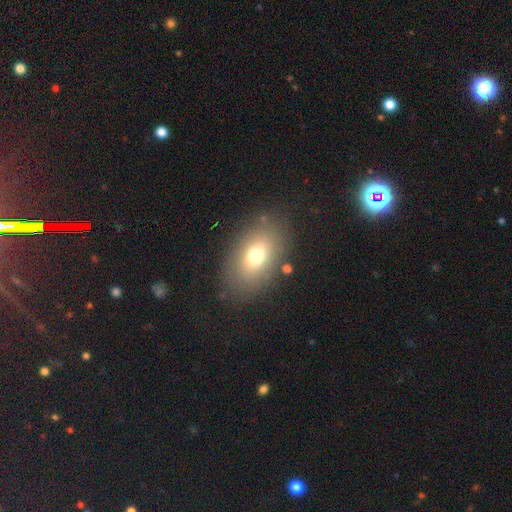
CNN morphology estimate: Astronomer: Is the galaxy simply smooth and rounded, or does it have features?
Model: smooth — 70%.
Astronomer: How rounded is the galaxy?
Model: in between — 81%.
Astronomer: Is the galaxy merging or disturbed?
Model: none — 81%.